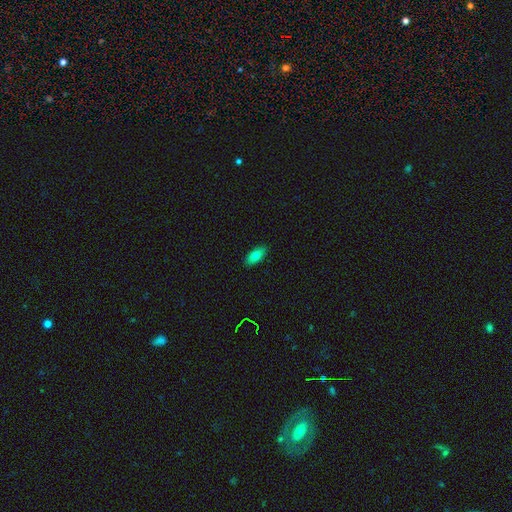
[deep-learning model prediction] A smooth galaxy with no disk features (76%) that is in between round and cigar-shaped (86%). Merging: none (89%).